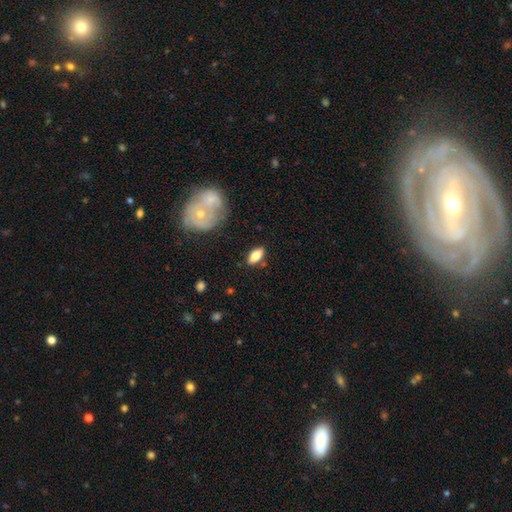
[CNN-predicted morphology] This appears to be a smooth galaxy with no disk features (74%) that is in between round and cigar-shaped (85%). Merging: none (83%).